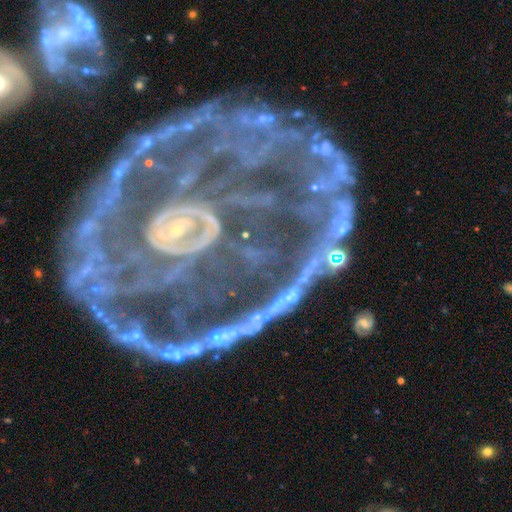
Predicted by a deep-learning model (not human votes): Smooth or featured: featured or disk — 80% (star or artifact — 13%)
Edge-on disk: no — 96% (yes — 4%)
Bar: no — 62% (weak — 21%)
Spiral arms: yes — 82% (no — 18%)
Spiral winding: tight — 50% (medium — 30%)
Spiral arm count: can't tell — 27% (tied with 2 — 27%)
Bulge size: small — 62% (moderate — 24%)
Merging: none — 44% (major disturbance — 31%)